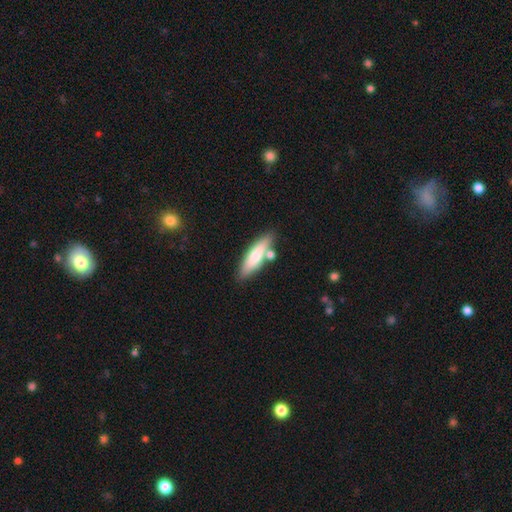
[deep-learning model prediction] This appears to be a smooth galaxy with no disk features (71%) that is cigar-shaped (68%). Merging: none (72%).